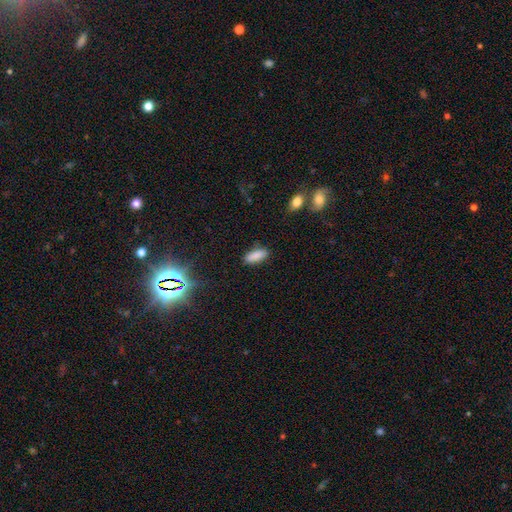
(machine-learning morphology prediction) Smooth or featured? smooth (86%)
How rounded? in between (71%)
Merging? none (86%)